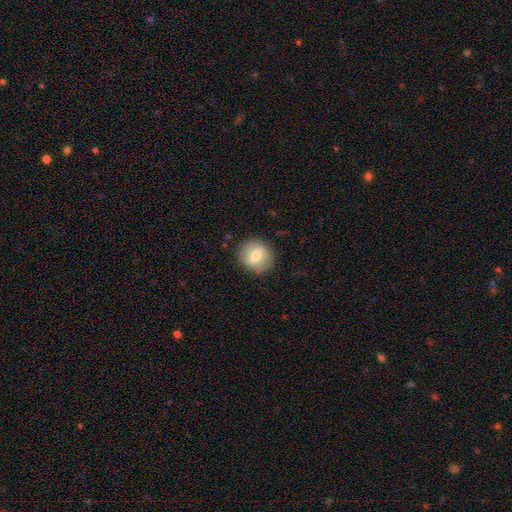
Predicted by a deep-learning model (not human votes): Q: Smooth or featured?
A: smooth (66%); runner-up: featured or disk (26%)
Q: How rounded?
A: round (87%); runner-up: in between (12%)
Q: Merging?
A: none (86%); runner-up: minor disturbance (10%)